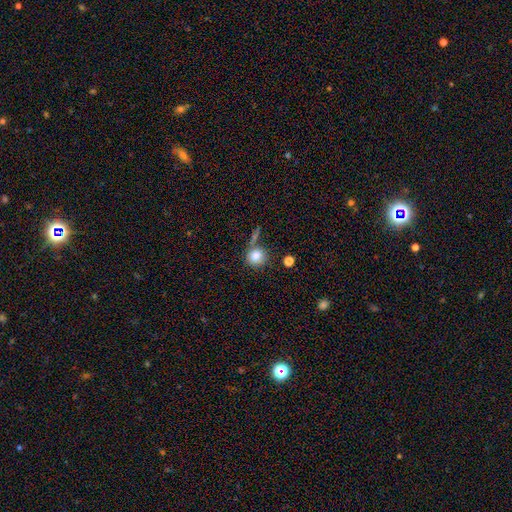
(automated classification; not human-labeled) smooth-or-featured: smooth: 82% | star or artifact: 9% | featured or disk: 8%
  how-rounded: round: 86% | in between: 13% | cigar-shaped: 1%
  merging: none: 65% | merger: 15% | minor disturbance: 14% | major disturbance: 6%